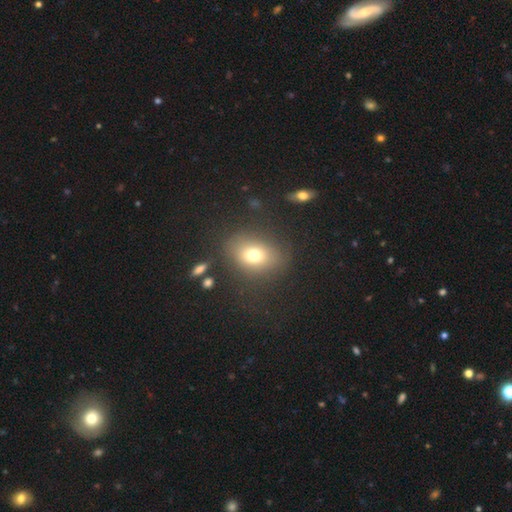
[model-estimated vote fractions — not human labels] smooth-or-featured: smooth: 65% | star or artifact: 19% | featured or disk: 15%
  how-rounded: in between: 60% | round: 37% | cigar-shaped: 2%
  merging: none: 79% | minor disturbance: 12% | major disturbance: 6% | merger: 4%